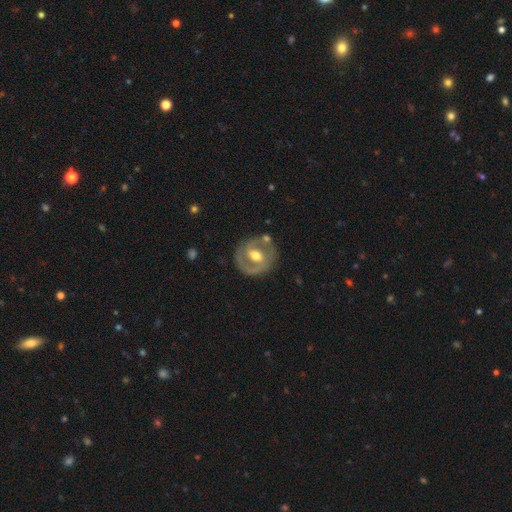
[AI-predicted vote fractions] Smooth or featured? Predicted: featured or disk (p=0.72). Edge-on disk? Predicted: no (p=0.96). Bar? Predicted: weak (p=0.44). Spiral arms? Predicted: yes (p=0.64). Bulge size? Predicted: moderate (p=0.76). Merging? Predicted: none (p=0.75).